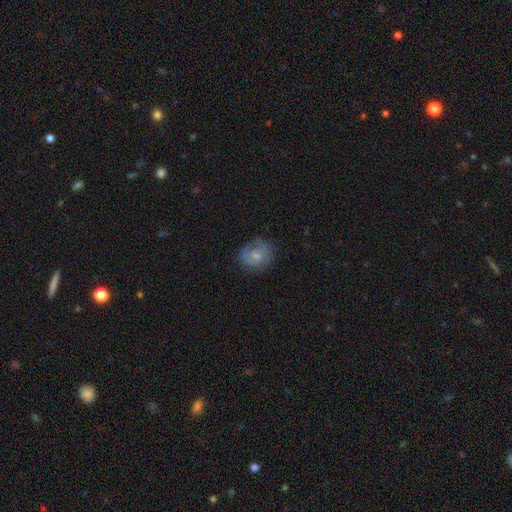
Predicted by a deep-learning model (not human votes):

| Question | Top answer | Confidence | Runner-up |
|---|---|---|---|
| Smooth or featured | smooth | 50% | featured or disk (41%) |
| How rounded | round | 70% | in between (29%) |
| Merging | none | 68% | minor disturbance (21%) |